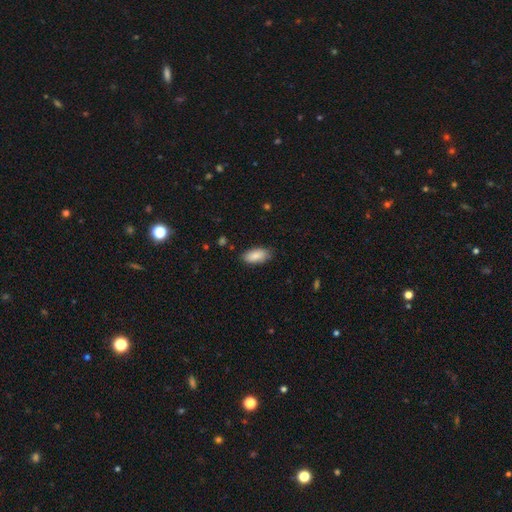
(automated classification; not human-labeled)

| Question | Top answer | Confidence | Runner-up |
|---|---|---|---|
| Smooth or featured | smooth | 87% | featured or disk (7%) |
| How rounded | in between | 91% | cigar-shaped (7%) |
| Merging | none | 81% | minor disturbance (15%) |